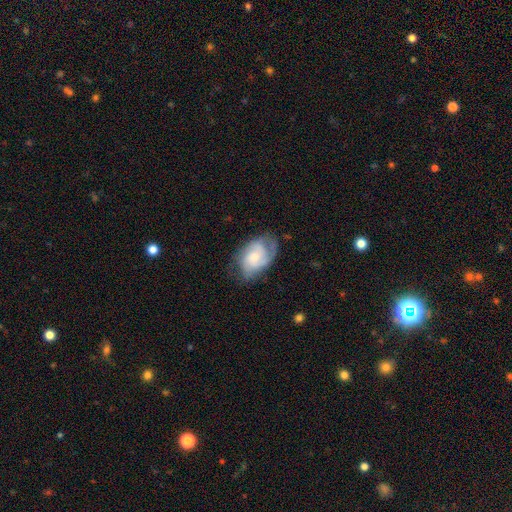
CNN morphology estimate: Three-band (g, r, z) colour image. It shows a featured or disk galaxy (69%) with no bar (68%), 2 (37%) tight (44%) spiral arms (91%) and a small central bulge (49%). Merging: none (60%).